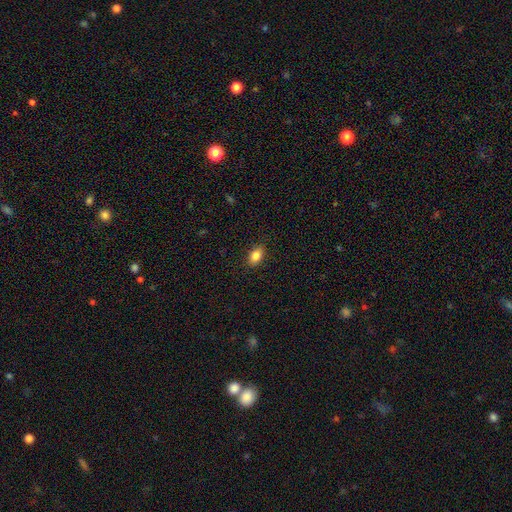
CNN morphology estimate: Smooth or featured? smooth (84%)
How rounded? in between (86%)
Merging? none (88%)